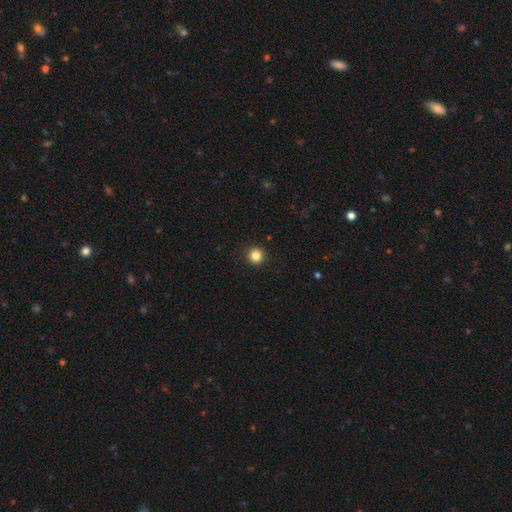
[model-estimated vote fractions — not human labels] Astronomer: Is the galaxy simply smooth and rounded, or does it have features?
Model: smooth — 84%.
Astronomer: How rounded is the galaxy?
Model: round — 95%.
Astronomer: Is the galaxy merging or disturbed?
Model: none — 93%.